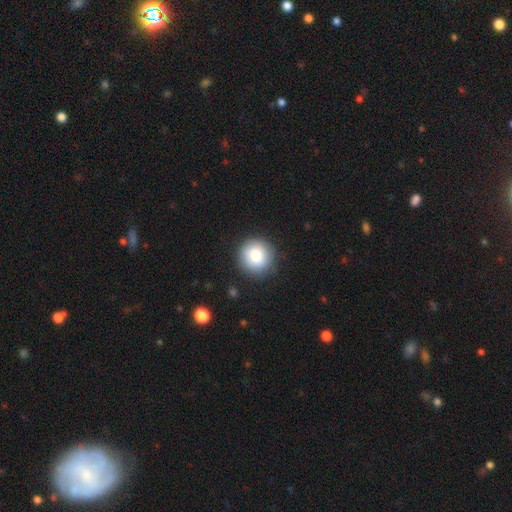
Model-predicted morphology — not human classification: Smooth or featured? Predicted: smooth (p=0.83). How rounded? Predicted: round (p=0.94). Merging? Predicted: none (p=0.88).